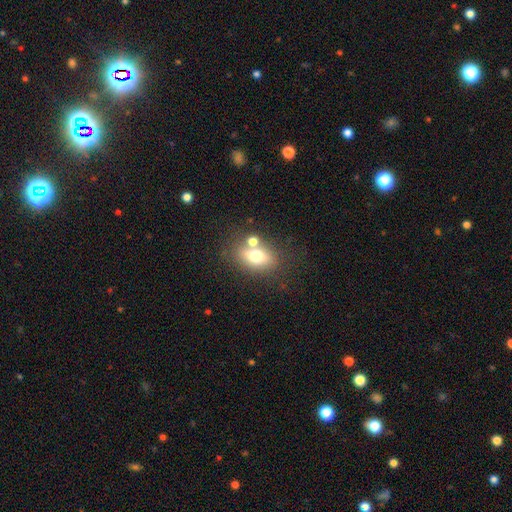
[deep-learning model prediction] Q: Smooth or featured?
A: smooth (69%); runner-up: featured or disk (20%)
Q: How rounded?
A: in between (72%); runner-up: round (26%)
Q: Merging?
A: none (61%); runner-up: merger (22%)